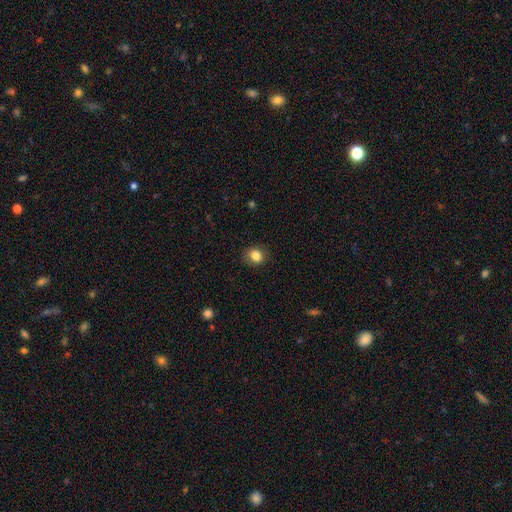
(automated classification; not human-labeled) This appears to be a smooth galaxy with no disk features (84%) that is round (70%). Merging: none (85%).